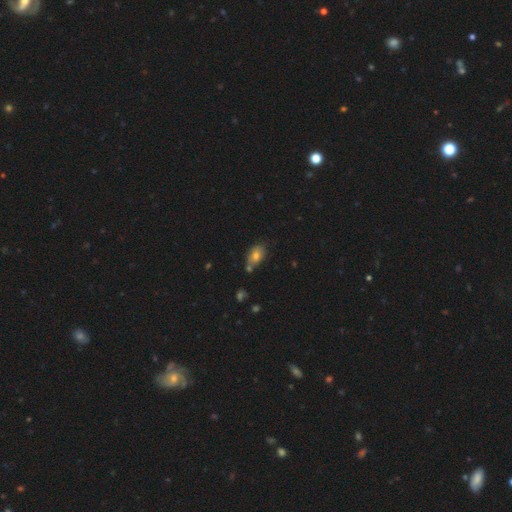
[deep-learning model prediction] Q: Smooth or featured?
A: smooth (75%); runner-up: featured or disk (14%)
Q: How rounded?
A: in between (85%); runner-up: round (12%)
Q: Merging?
A: none (60%); runner-up: minor disturbance (21%)